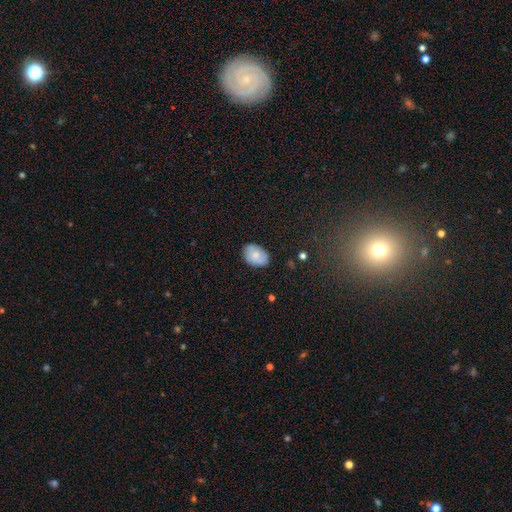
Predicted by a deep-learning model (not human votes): The model was most divided on "smooth or featured": smooth: 73%, featured or disk: 20%, star or artifact: 8%. More confident: how rounded — in between (81%); merging — none (77%).